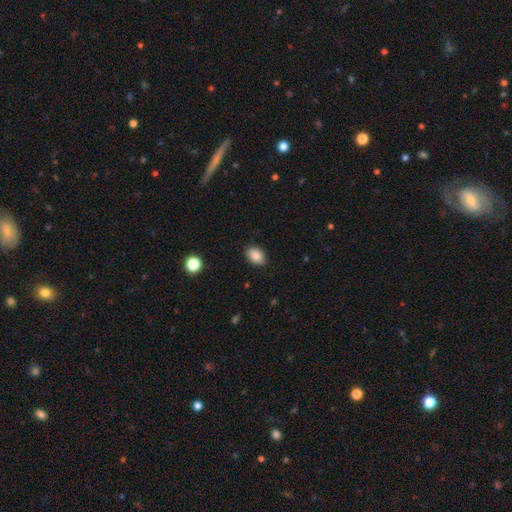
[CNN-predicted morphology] This is clearly a smooth galaxy (87%). How rounded: clearly in between (87%). Merging: clearly none (87%).